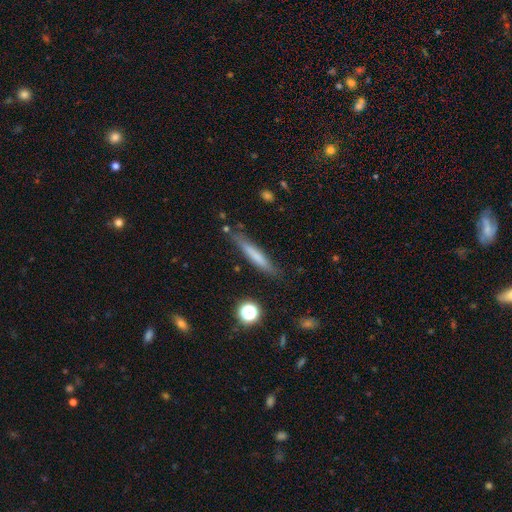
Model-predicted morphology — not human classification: Smooth or featured: smooth — 65% (featured or disk — 27%)
How rounded: cigar-shaped — 93% (in between — 5%)
Merging: none — 81% (minor disturbance — 13%)